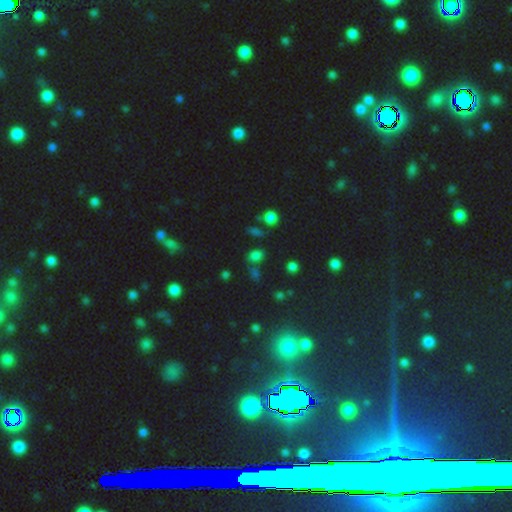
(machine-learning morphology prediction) smooth-or-featured: smooth: 67% | star or artifact: 26% | featured or disk: 7%
  how-rounded: in between: 72% | round: 24% | cigar-shaped: 3%
  merging: none: 66% | merger: 15% | minor disturbance: 13% | major disturbance: 6%